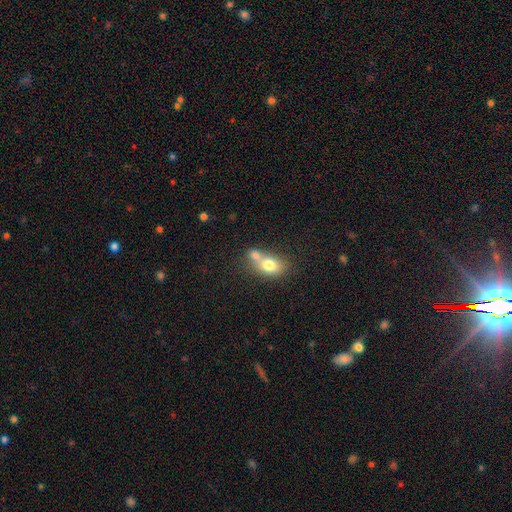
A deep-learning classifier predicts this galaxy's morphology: smooth_or_featured: smooth (p=0.73) [alt: featured or disk p=0.18]
how_rounded: in between (p=0.69) [alt: round p=0.28]
merging: merger (p=0.61) [alt: none p=0.25]